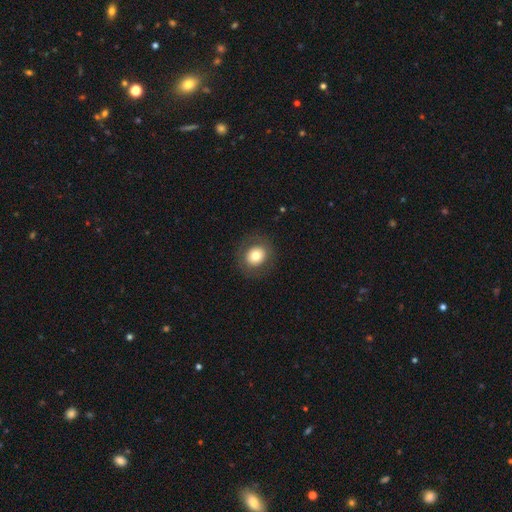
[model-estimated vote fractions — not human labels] Q: Smooth or featured?
A: smooth (74%); runner-up: featured or disk (17%)
Q: How rounded?
A: round (76%); runner-up: in between (23%)
Q: Merging?
A: none (87%); runner-up: minor disturbance (8%)